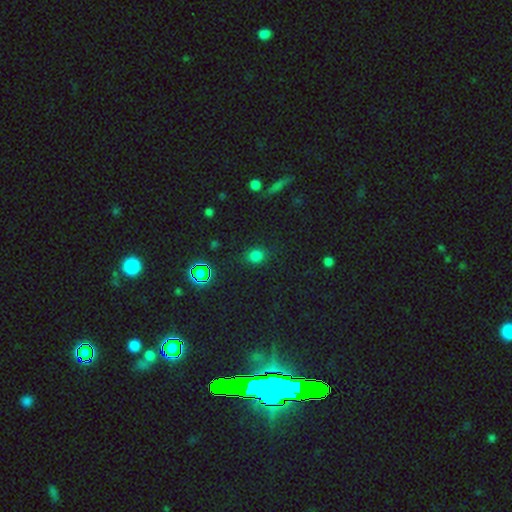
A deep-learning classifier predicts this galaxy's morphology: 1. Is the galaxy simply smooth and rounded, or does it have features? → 72% smooth, 23% star or artifact, 5% featured or disk.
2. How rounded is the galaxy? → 70% round, 29% in between, 2% cigar-shaped.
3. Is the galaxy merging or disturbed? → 84% none, 10% minor disturbance, 4% major disturbance, 2% merger.